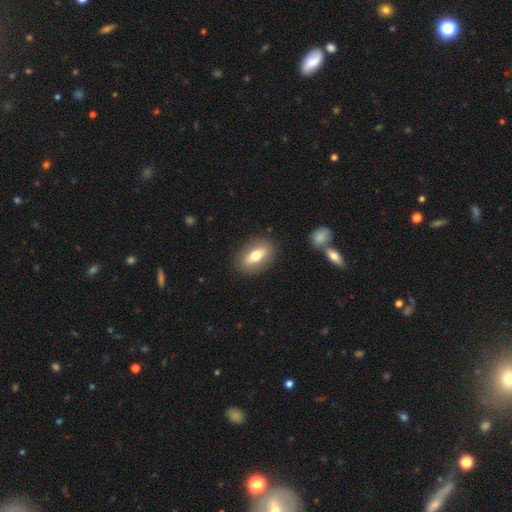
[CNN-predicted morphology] smooth_or_featured: smooth (p=0.66) [alt: featured or disk p=0.26]
how_rounded: in between (p=0.81) [alt: round p=0.10]
merging: none (p=0.87) [alt: minor disturbance p=0.08]